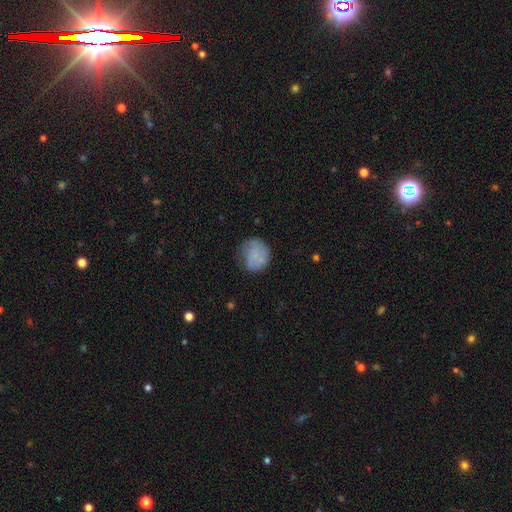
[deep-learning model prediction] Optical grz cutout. It shows a smooth galaxy with no disk features (69%) that is round (73%). Merging: none (53%).